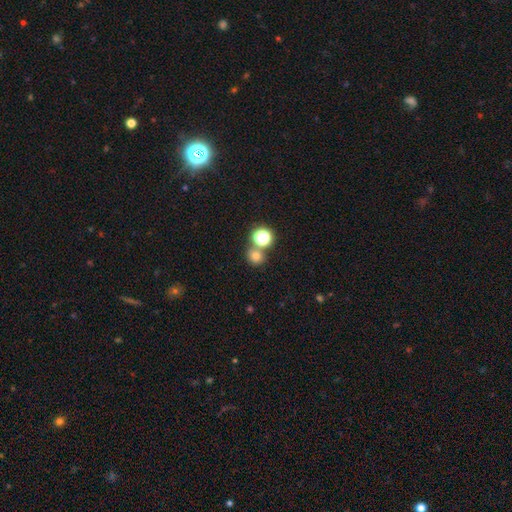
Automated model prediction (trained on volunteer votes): Q: Smooth or featured?
A: smooth (72%); runner-up: star or artifact (21%)
Q: How rounded?
A: round (87%); runner-up: in between (12%)
Q: Merging?
A: none (63%); runner-up: merger (26%)